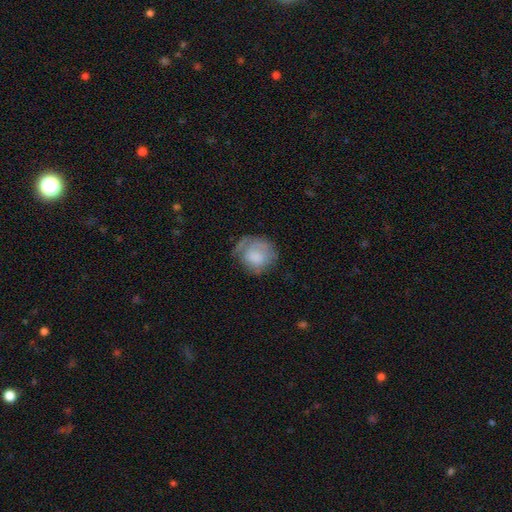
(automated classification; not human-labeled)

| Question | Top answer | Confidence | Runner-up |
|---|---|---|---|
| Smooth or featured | smooth | 64% | featured or disk (29%) |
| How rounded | round | 84% | in between (15%) |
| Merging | none | 51% | minor disturbance (29%) |